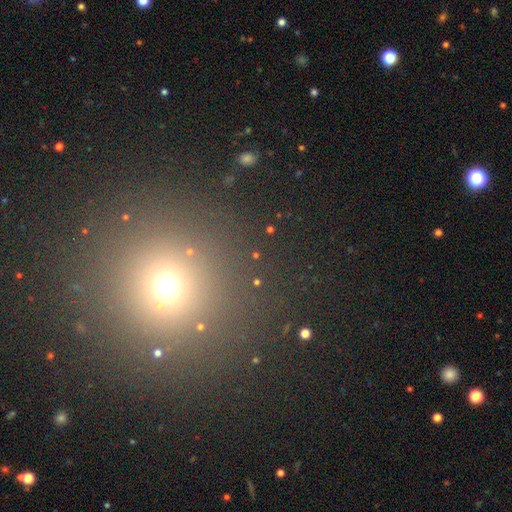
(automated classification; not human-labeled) Overall: star or artifact (51%; smooth 40%).